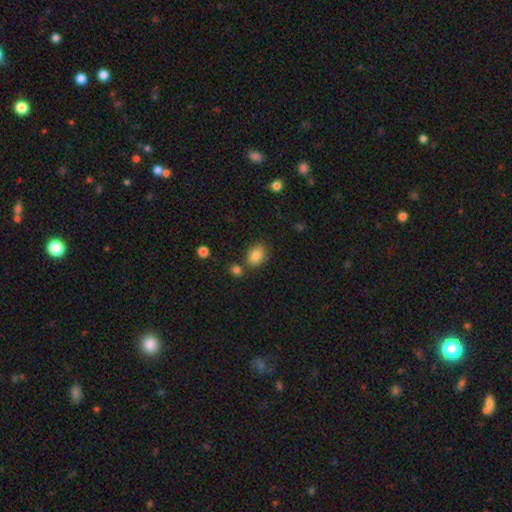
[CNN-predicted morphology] Smooth or featured? smooth (84%)
How rounded? in between (71%)
Merging? none (74%)